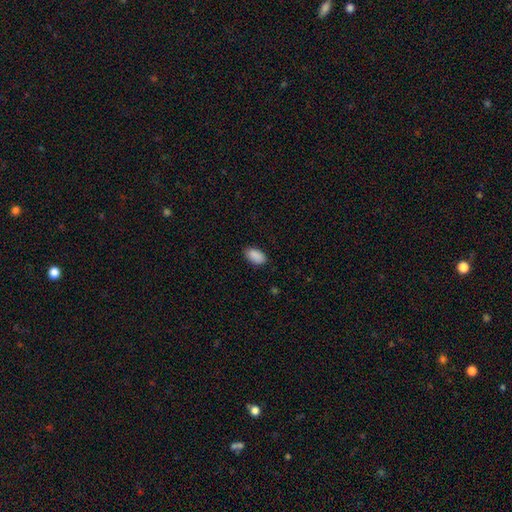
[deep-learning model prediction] Smooth or featured? smooth (90%)
How rounded? in between (94%)
Merging? none (85%)